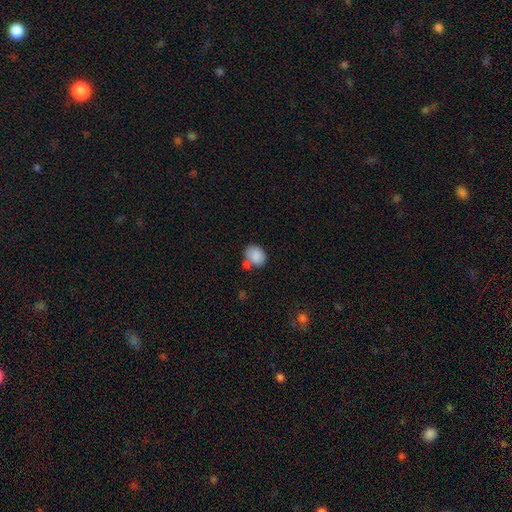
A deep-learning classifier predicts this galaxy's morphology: smooth_or_featured: smooth (p=0.86) [alt: star or artifact p=0.08]
how_rounded: round (p=0.51) [alt: in between p=0.48]
merging: none (p=0.53) [alt: merger p=0.24]